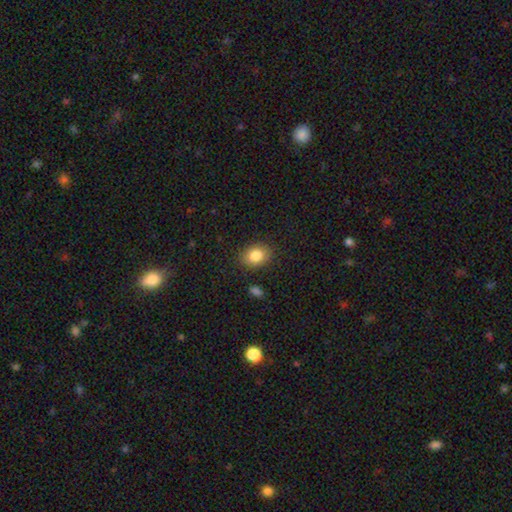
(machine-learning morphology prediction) The model was most divided on "how rounded": in between: 64%, round: 35%, cigar-shaped: 1%. More confident: merging — none (85%); smooth or featured — smooth (84%).